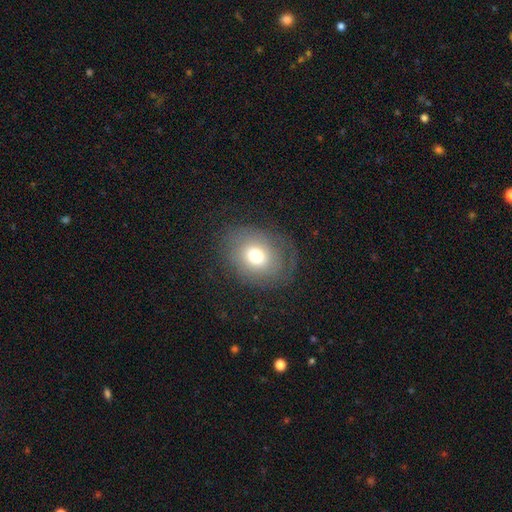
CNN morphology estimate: Q: Smooth or featured?
A: smooth (62%); runner-up: featured or disk (27%)
Q: How rounded?
A: in between (52%); runner-up: round (47%)
Q: Merging?
A: none (72%); runner-up: minor disturbance (17%)